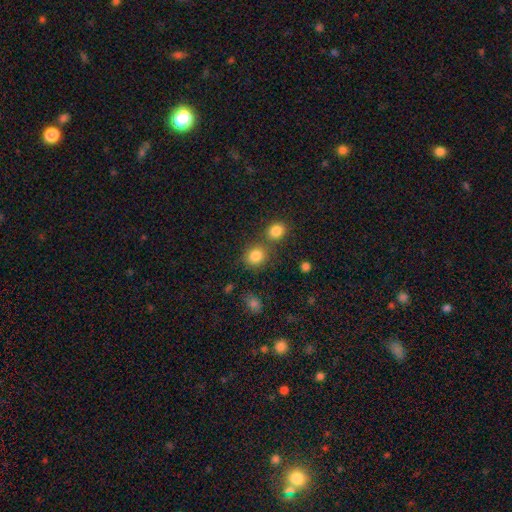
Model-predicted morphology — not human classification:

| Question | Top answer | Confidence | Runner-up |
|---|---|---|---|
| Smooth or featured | smooth | 83% | star or artifact (12%) |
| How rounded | round | 81% | in between (18%) |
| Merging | none | 67% | merger (20%) |